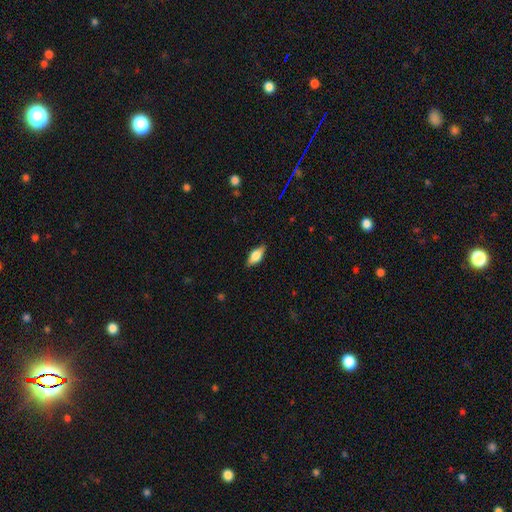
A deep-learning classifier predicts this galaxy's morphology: A smooth galaxy with no disk features (66%) that is in between round and cigar-shaped (80%). Merging: none (85%).